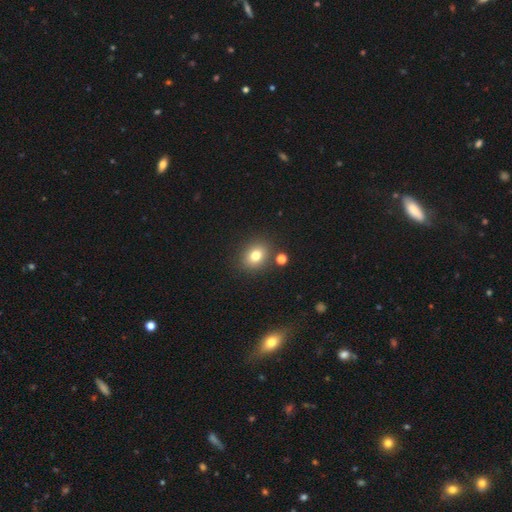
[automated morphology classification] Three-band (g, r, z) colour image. It shows a smooth galaxy with no disk features (78%) that is round (53%). Merging: none (82%).